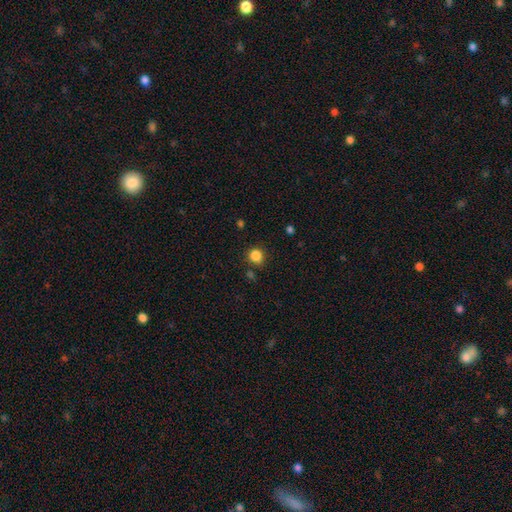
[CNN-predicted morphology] Smooth or featured?
  - smooth: 84% *
  - star or artifact: 12%
  - featured or disk: 4%
How rounded?
  - round: 88% *
  - in between: 11%
  - cigar-shaped: 1%
Merging?
  - none: 83% *
  - minor disturbance: 11%
  - merger: 4%
  - major disturbance: 3%